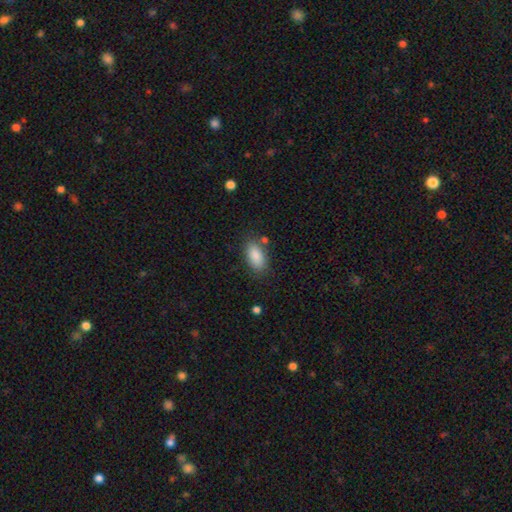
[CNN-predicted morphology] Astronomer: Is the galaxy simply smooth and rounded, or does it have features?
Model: smooth — 88%.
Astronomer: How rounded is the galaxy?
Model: in between — 91%.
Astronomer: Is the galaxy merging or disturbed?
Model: none — 78%.